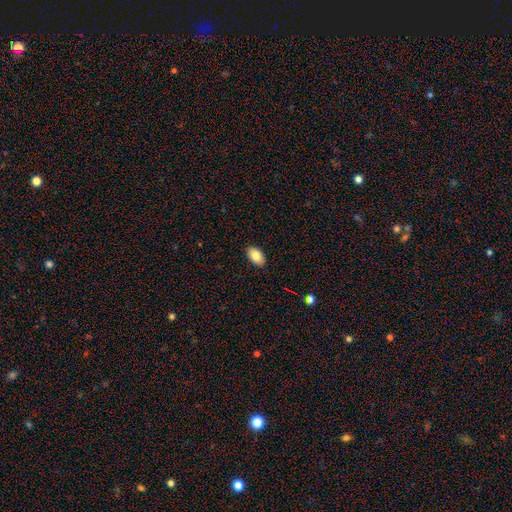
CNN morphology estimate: A smooth galaxy with no disk features (84%) that is in between round and cigar-shaped (93%). Merging: none (89%).